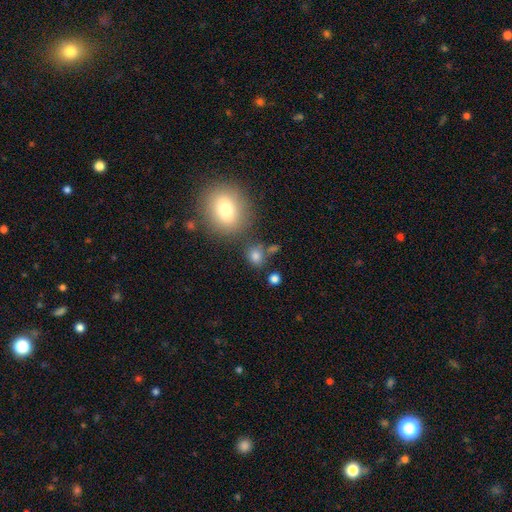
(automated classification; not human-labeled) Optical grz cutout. It shows a smooth galaxy with no disk features (79%) that is round (62%). Merging: none (69%).